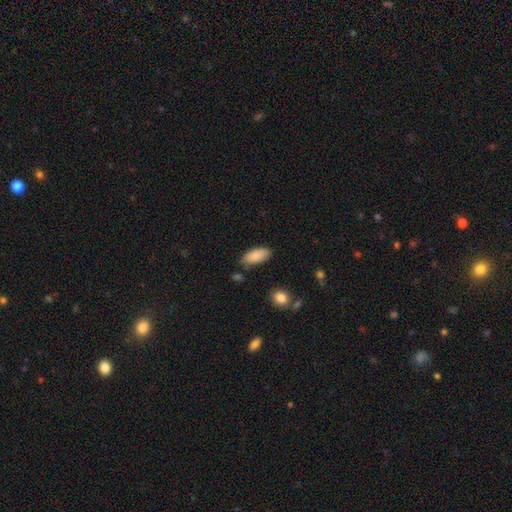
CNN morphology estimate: Smooth or featured?
  - smooth: 87% *
  - star or artifact: 7%
  - featured or disk: 6%
How rounded?
  - in between: 91% *
  - cigar-shaped: 6%
  - round: 2%
Merging?
  - none: 77% *
  - minor disturbance: 17%
  - merger: 4%
  - major disturbance: 3%